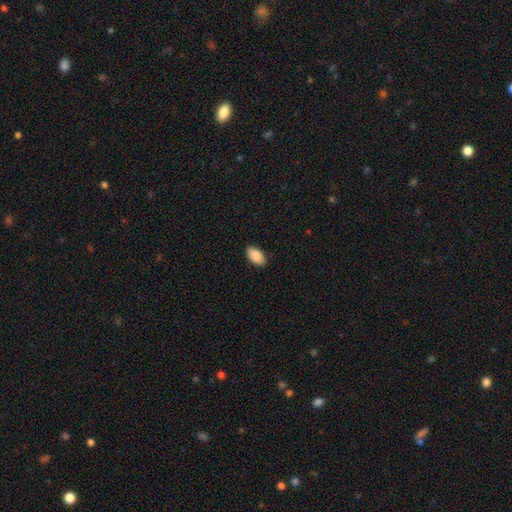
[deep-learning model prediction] Smooth or featured?
  - smooth: 89% *
  - star or artifact: 6%
  - featured or disk: 5%
How rounded?
  - in between: 95% *
  - round: 3%
  - cigar-shaped: 2%
Merging?
  - none: 89% *
  - minor disturbance: 9%
  - major disturbance: 2%
  - merger: 1%